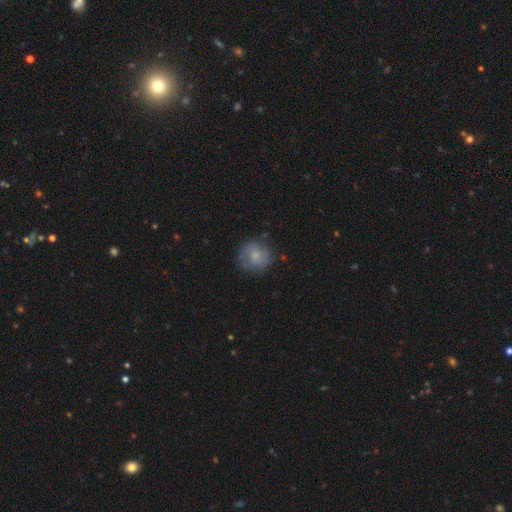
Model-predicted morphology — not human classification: This is likely a smooth galaxy (76%). How rounded: clearly round (91%). Merging: likely none (77%).